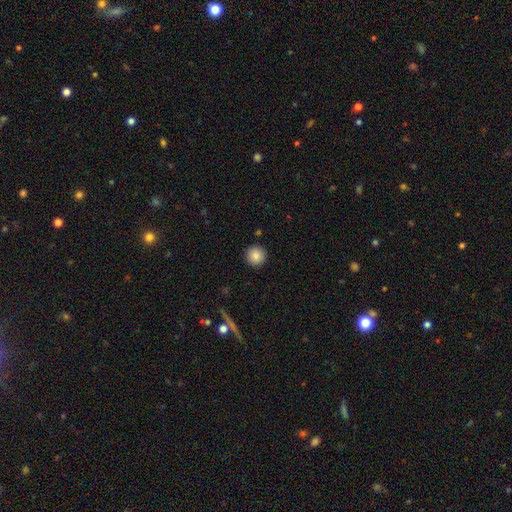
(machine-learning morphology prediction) Overall: smooth (86%). How rounded: round (95%). Merging: none (92%).